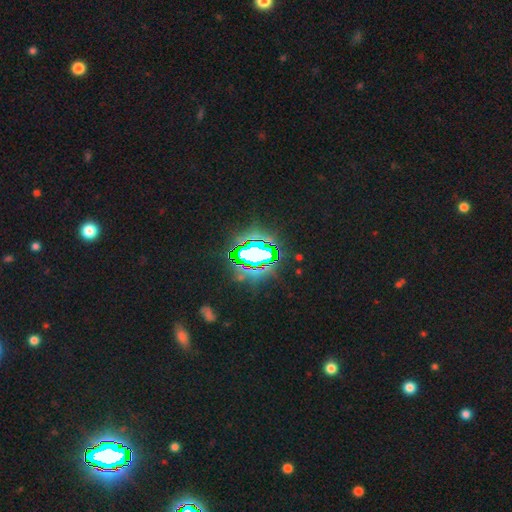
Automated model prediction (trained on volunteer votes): Smooth or featured: star or artifact — 73% (smooth — 14%)